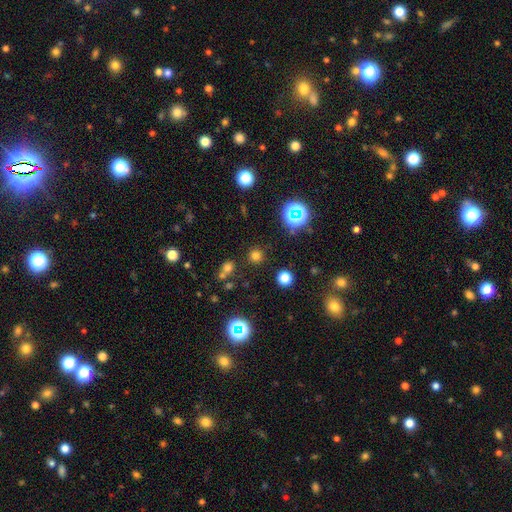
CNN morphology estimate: Q: Smooth or featured?
A: smooth (69%); runner-up: star or artifact (25%)
Q: How rounded?
A: round (93%); runner-up: in between (6%)
Q: Merging?
A: none (84%); runner-up: minor disturbance (7%)